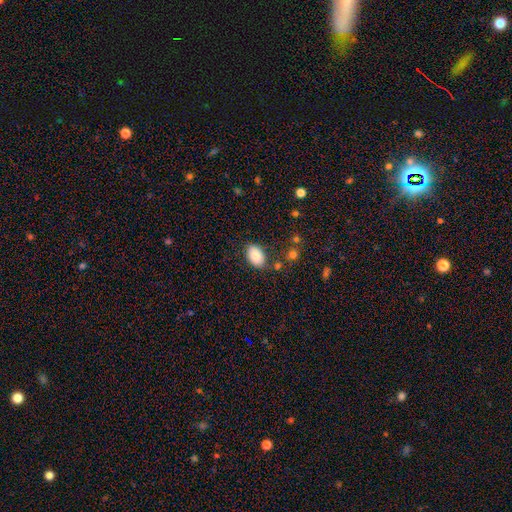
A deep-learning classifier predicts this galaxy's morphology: type=smooth (82%); roundness=in between (86%); merging=none (82%).